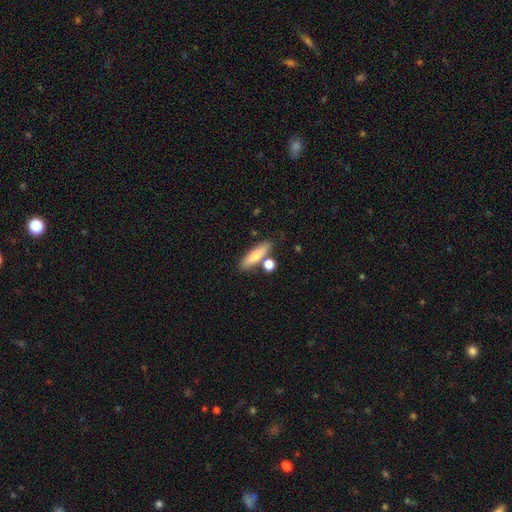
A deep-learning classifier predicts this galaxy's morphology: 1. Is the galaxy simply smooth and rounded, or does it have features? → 74% smooth, 20% featured or disk, 7% star or artifact.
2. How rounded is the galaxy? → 57% cigar-shaped, 38% in between, 5% round.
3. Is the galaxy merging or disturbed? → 71% none, 15% merger, 12% minor disturbance, 3% major disturbance.